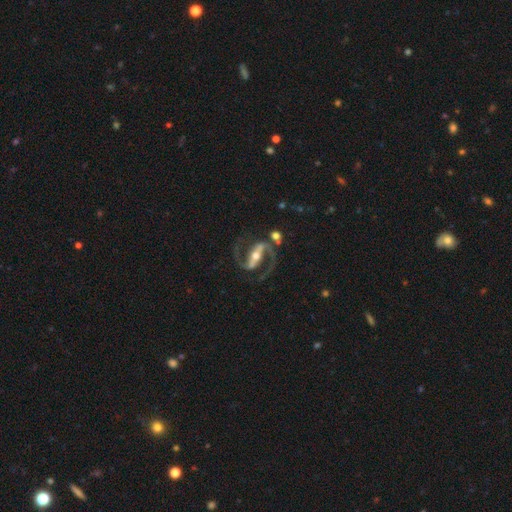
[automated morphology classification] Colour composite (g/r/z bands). It shows a featured or disk galaxy (92%) with a strong bar (75%), 2 (94%) medium (64%) spiral arms (98%) and a moderate central bulge (61%). Merging: none (76%).